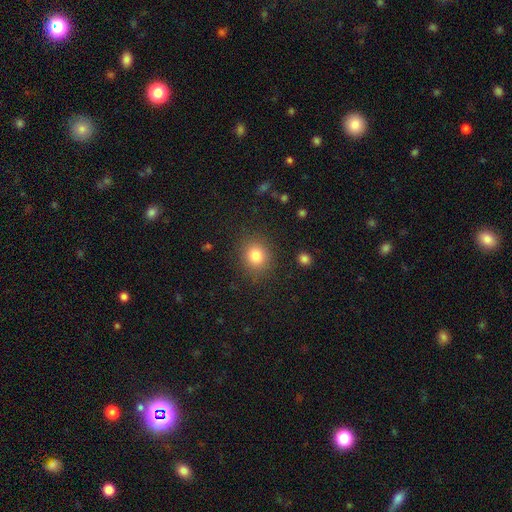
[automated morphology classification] Smooth or featured? smooth (81%)
How rounded? round (77%)
Merging? none (86%)